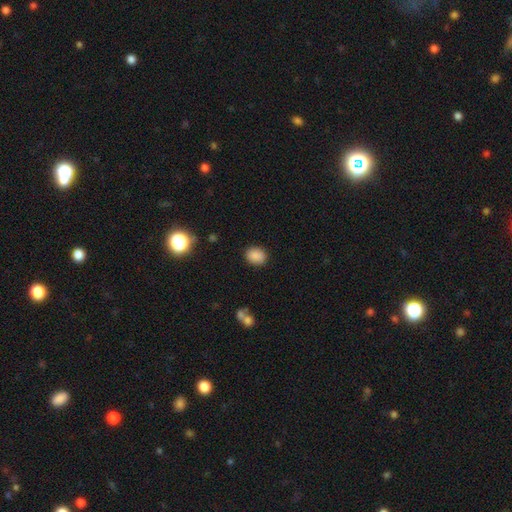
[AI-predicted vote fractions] A smooth galaxy with no disk features (86%) that is in between round and cigar-shaped (55%). Merging: none (87%).